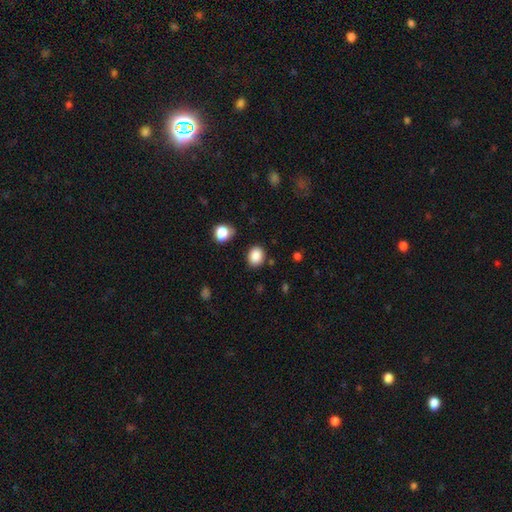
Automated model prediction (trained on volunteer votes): Smooth or featured? smooth (86%)
How rounded? round (55%)
Merging? none (83%)